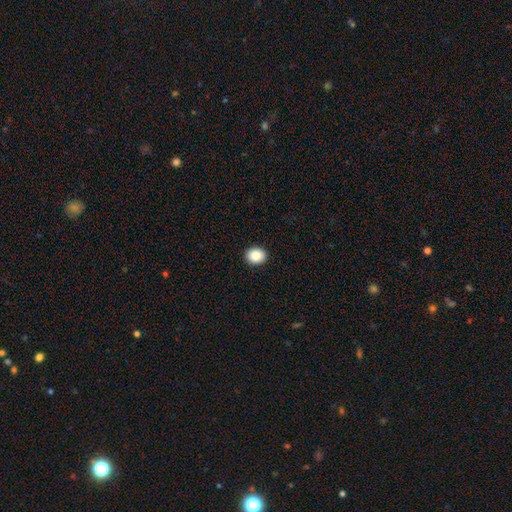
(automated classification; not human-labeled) smooth 87%, star or artifact 9%, featured or disk 4%. Down the decision tree: how rounded — round (66%); merging — none (92%).